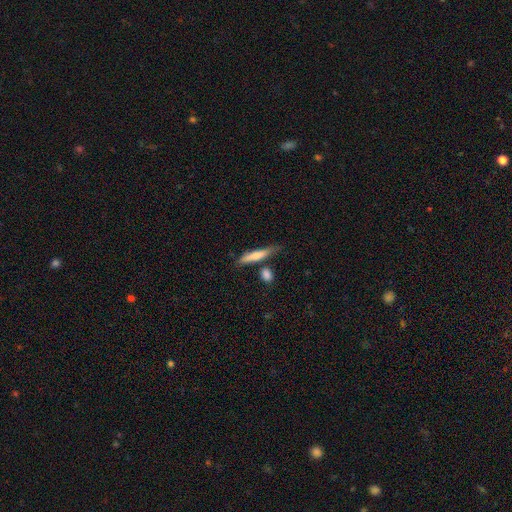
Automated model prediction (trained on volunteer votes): A smooth galaxy with no disk features (64%) that is cigar-shaped (85%).

Vote fractions:
- Smooth or featured? smooth: 64% / featured or disk: 30% / star or artifact: 6%
- How rounded? cigar-shaped: 85% / in between: 13% / round: 2%
- Merging? none: 64% / minor disturbance: 20% / merger: 11% / major disturbance: 5%